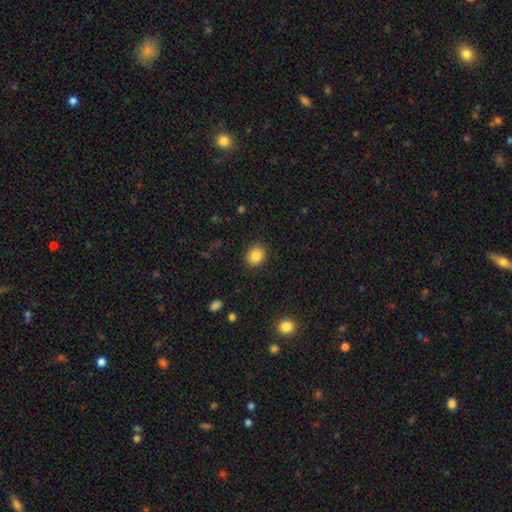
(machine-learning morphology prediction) smooth 85%, star or artifact 10%, featured or disk 5%. Down the decision tree: how rounded — round (71%); merging — none (89%).